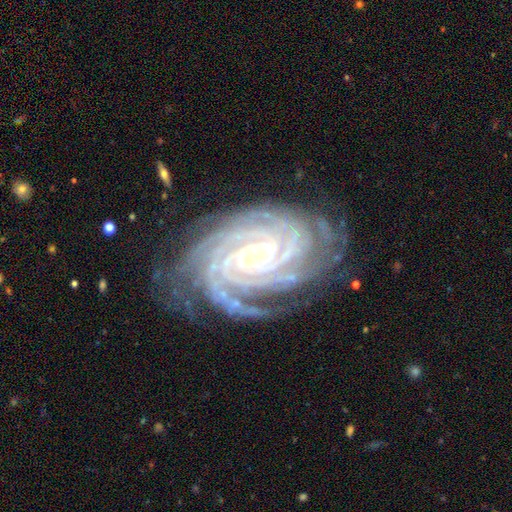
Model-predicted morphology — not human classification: A featured or disk galaxy (93%) with no bar (56%), 4 (33%) tight (87%) spiral arms (99%) and a small central bulge (82%).

Vote fractions:
- Smooth or featured? featured or disk: 93% / star or artifact: 5% / smooth: 2%
- Edge-on disk? no: 98% / yes: 2%
- Bar? no: 56% / weak: 25% / strong: 19%
- Spiral arms? yes: 99% / no: 1%
- Spiral winding? tight: 87% / medium: 12% / loose: 2%
- Spiral arm count? 4: 33% / more than 4: 27% / 3: 13% / can't tell: 10% / 2: 9% / 1: 7%
- Bulge size? small: 82% / moderate: 14% / none: 1% / large: 1% / dominant: 1%
- Merging? none: 78% / minor disturbance: 16% / major disturbance: 5% / merger: 1%